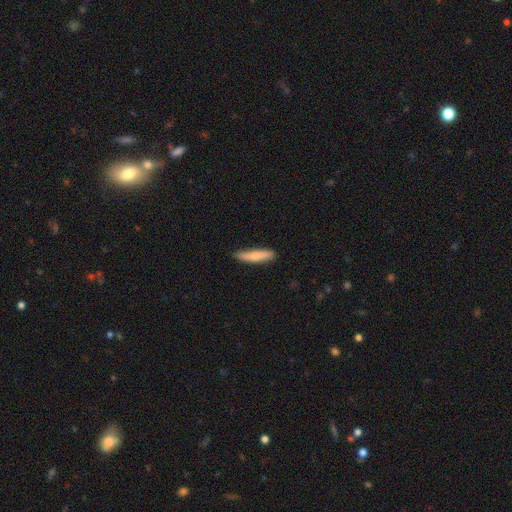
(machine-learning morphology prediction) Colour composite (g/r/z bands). It shows a smooth galaxy with no disk features (76%) that is cigar-shaped (84%). Merging: none (80%).